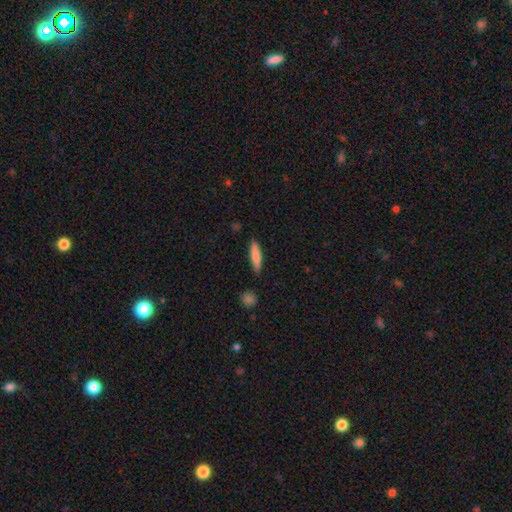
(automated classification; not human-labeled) smooth_or_featured: smooth (p=0.81) [alt: featured or disk p=0.13]
how_rounded: cigar-shaped (p=0.79) [alt: in between p=0.19]
merging: none (p=0.88) [alt: minor disturbance p=0.09]